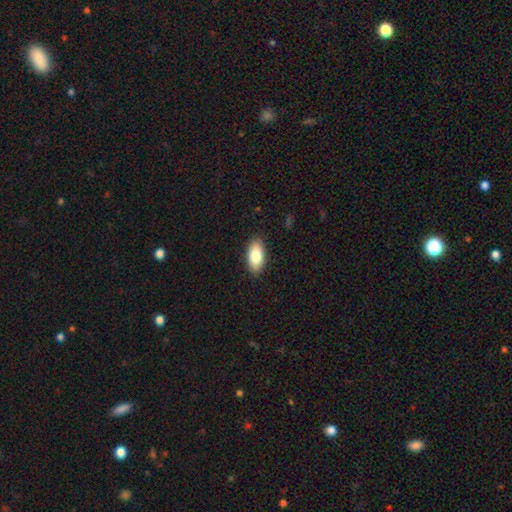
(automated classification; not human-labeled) This is clearly a smooth galaxy (80%). How rounded: clearly in between (91%). Merging: clearly none (88%).